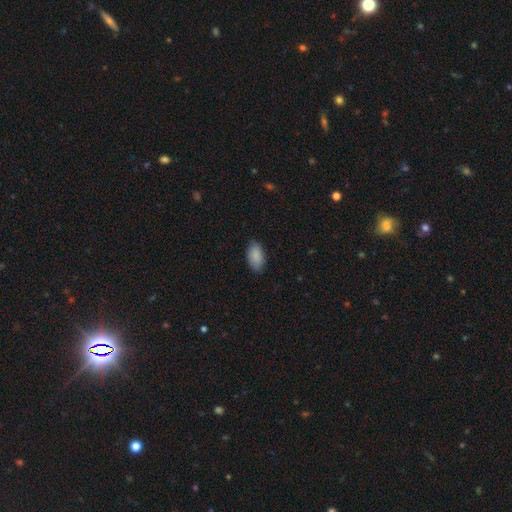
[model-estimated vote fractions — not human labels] This is clearly a smooth galaxy (89%). How rounded: clearly in between (94%). Merging: clearly none (83%).